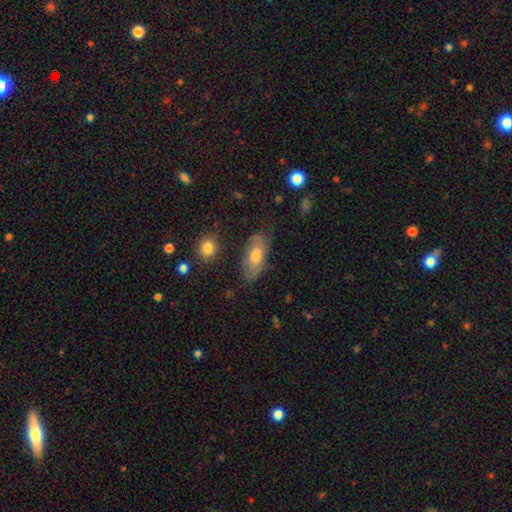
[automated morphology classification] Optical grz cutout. It shows a smooth galaxy with no disk features (57%) that is in between round and cigar-shaped (84%). Merging: none (71%).